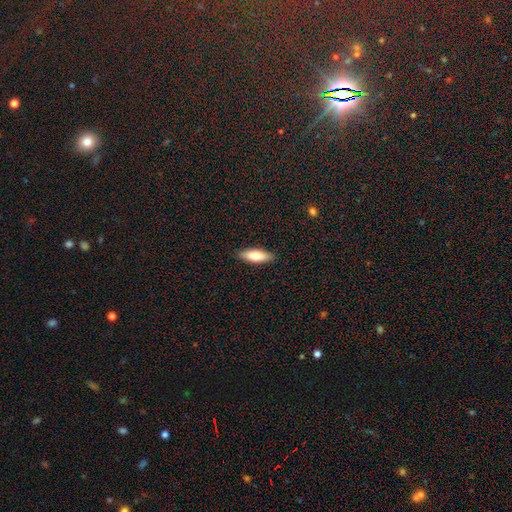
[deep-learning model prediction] A smooth galaxy with no disk features (74%) that is in between round and cigar-shaped (56%). Merging: none (89%).